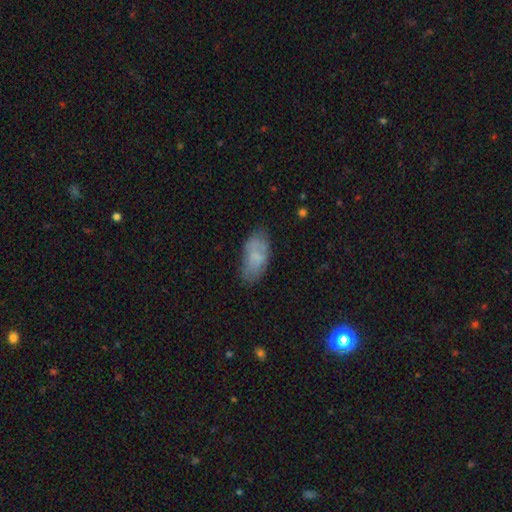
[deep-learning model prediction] smooth 68%, featured or disk 24%, star or artifact 8%. Down the decision tree: how rounded — in between (92%); merging — none (63%).